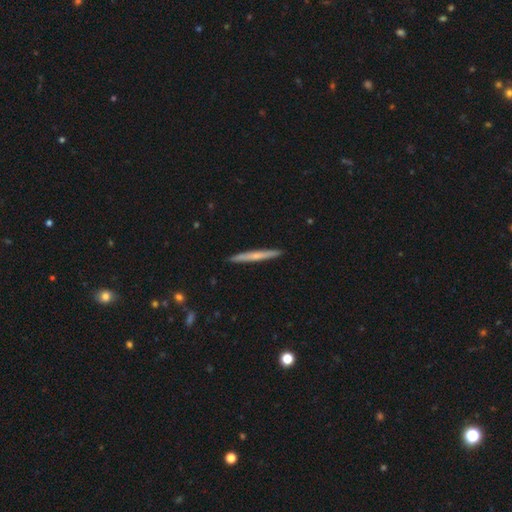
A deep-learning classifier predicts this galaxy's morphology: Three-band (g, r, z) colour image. It shows a smooth galaxy with no disk features (48%). Merging: none (92%).